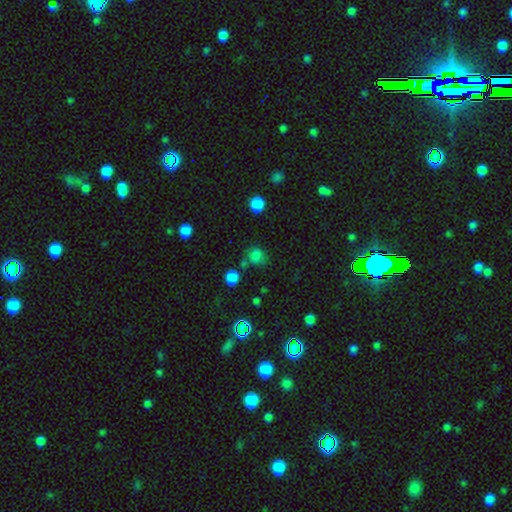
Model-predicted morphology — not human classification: Smooth or featured: smooth — 74% (star or artifact — 19%)
How rounded: round — 73% (in between — 26%)
Merging: none — 60% (minor disturbance — 19%)